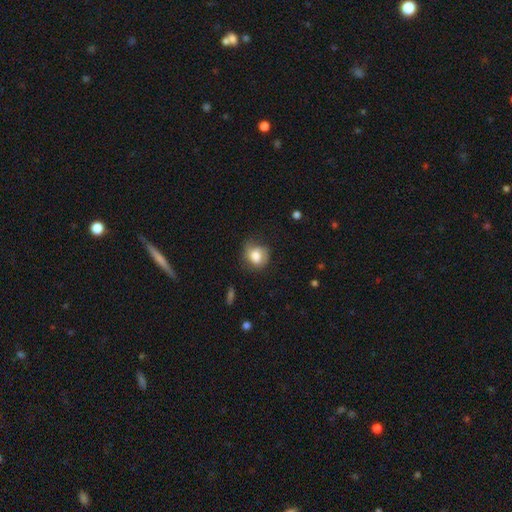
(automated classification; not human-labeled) smooth_or_featured: smooth (p=0.77) [alt: featured or disk p=0.15]
how_rounded: round (p=0.62) [alt: in between p=0.38]
merging: none (p=0.50) [alt: minor disturbance p=0.32]